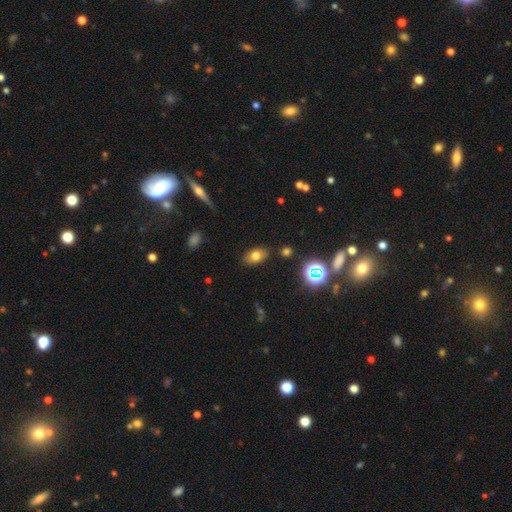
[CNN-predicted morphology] smooth_or_featured: smooth (p=0.73) [alt: star or artifact p=0.15]
how_rounded: in between (p=0.85) [alt: round p=0.14]
merging: none (p=0.84) [alt: minor disturbance p=0.11]